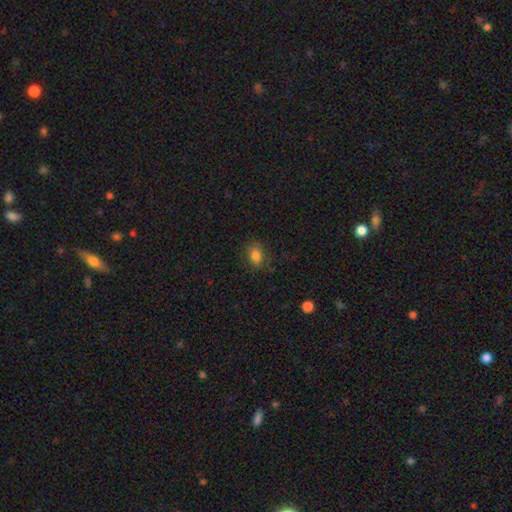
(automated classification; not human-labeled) The model was most divided on "how rounded": in between: 74%, round: 24%, cigar-shaped: 2%. More confident: merging — none (82%); smooth or featured — smooth (82%).